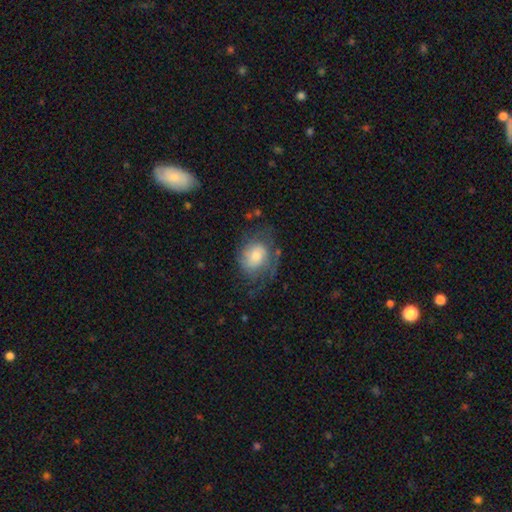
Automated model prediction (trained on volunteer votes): This is possibly a smooth galaxy (47%). Merging: possibly none (50%).